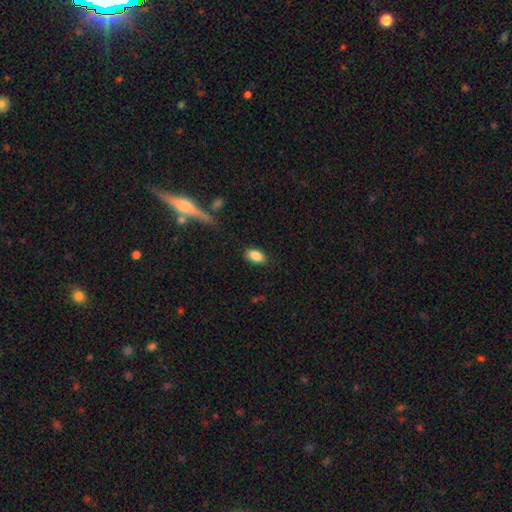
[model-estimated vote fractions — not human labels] smooth_or_featured: smooth (p=0.86) [alt: star or artifact p=0.08]
how_rounded: in between (p=0.91) [alt: round p=0.06]
merging: none (p=0.83) [alt: minor disturbance p=0.12]